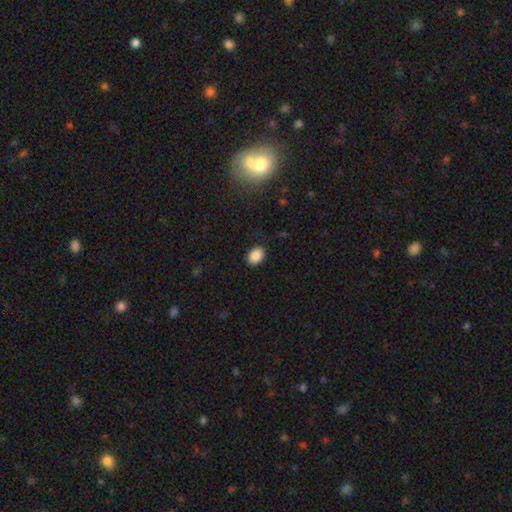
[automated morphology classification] This is clearly a smooth galaxy (88%). How rounded: likely in between (74%). Merging: clearly none (87%).